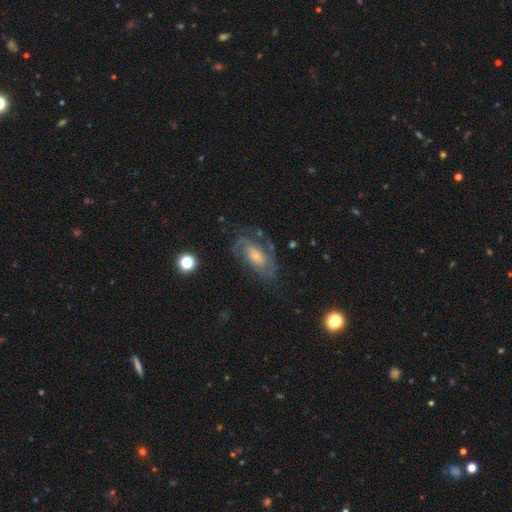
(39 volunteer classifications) Q: Smooth or featured?
A: featured or disk (69%); runner-up: smooth (23%)
Q: Edge-on disk?
A: no (96%); runner-up: yes (4%)
Q: Bar?
A: no (54%); runner-up: weak (31%)
Q: Spiral arms?
A: yes (92%); runner-up: no (8%)
Q: Spiral winding?
A: medium (50%); runner-up: tight (42%)
Q: Spiral arm count?
A: can't tell (50%); runner-up: 2 (29%)
Q: Bulge size?
A: moderate (38%); runner-up: large (35%)
Q: Merging?
A: none (61%); runner-up: minor disturbance (19%)